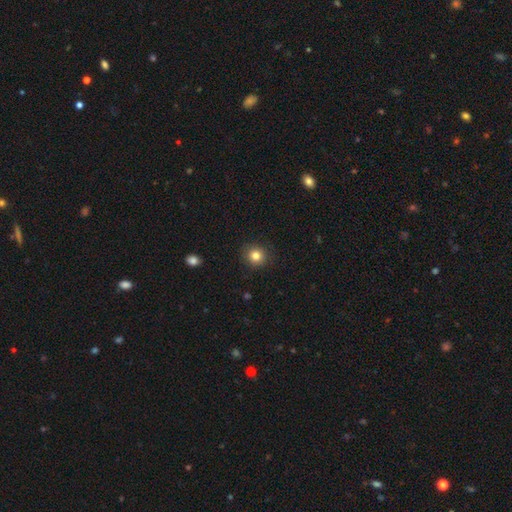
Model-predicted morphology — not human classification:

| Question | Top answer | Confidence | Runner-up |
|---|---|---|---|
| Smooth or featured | smooth | 83% | star or artifact (11%) |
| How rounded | round | 89% | in between (10%) |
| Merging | none | 89% | minor disturbance (7%) |